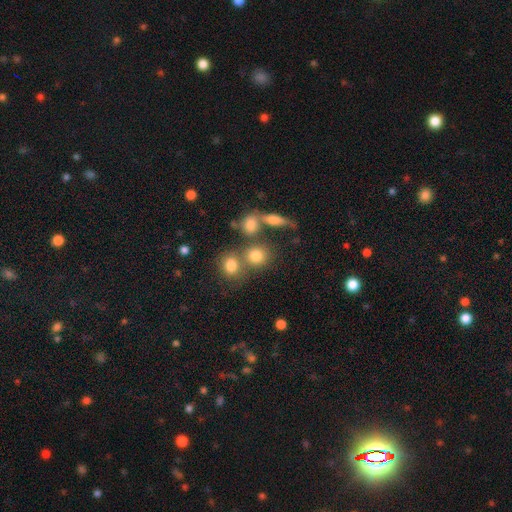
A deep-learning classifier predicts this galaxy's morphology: Smooth or featured? Predicted: smooth (p=0.77). How rounded? Predicted: round (p=0.79). Merging? Predicted: none (p=0.52).